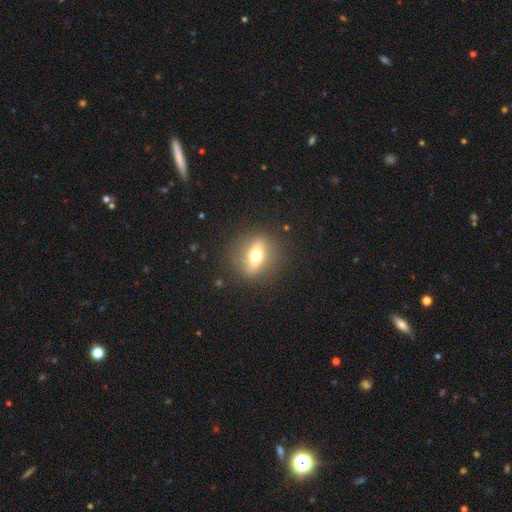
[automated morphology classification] A smooth galaxy with no disk features (47%). Merging: none (85%).